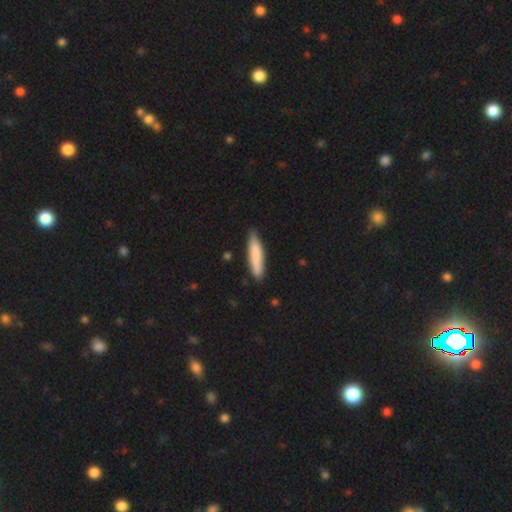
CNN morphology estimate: This appears to be a smooth galaxy with no disk features (80%) that is cigar-shaped (86%). Merging: none (83%).